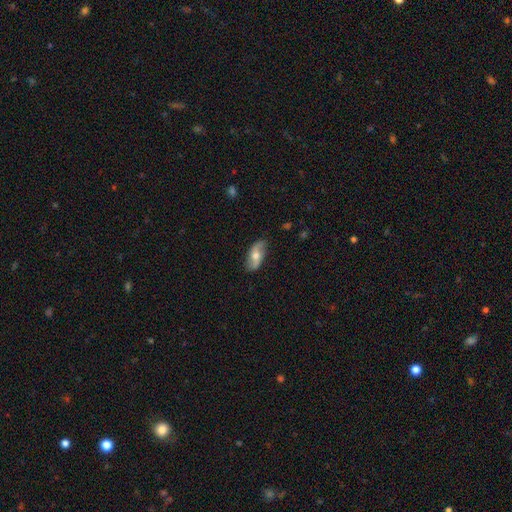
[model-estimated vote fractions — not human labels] Overall: featured or disk (55%; smooth 38%). Edge-on disk: no (87%). Merging: none (80%).